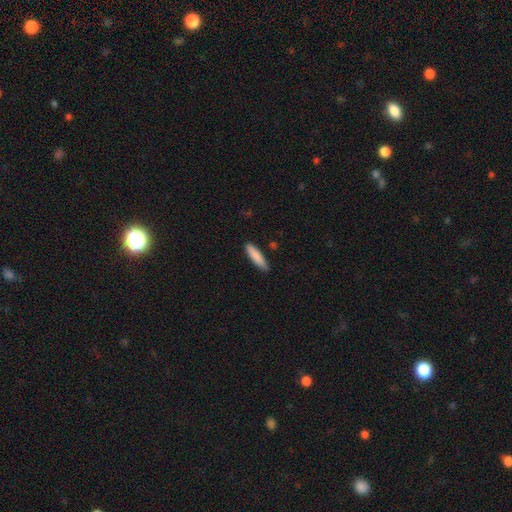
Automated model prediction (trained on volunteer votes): The model was most divided on "how rounded": cigar-shaped: 78%, in between: 20%, round: 1%. More confident: merging — none (87%); smooth or featured — smooth (86%).